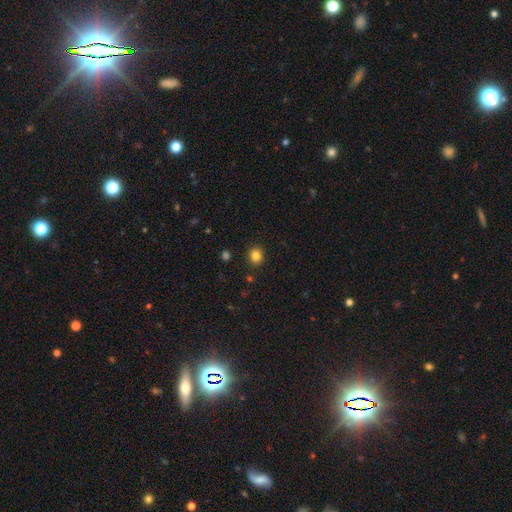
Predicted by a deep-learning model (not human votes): smooth 84%, star or artifact 11%, featured or disk 5%. Down the decision tree: how rounded — round (75%); merging — none (90%).